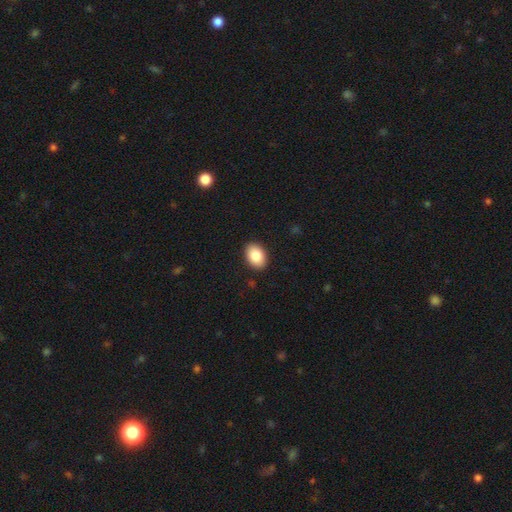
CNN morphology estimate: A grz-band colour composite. It shows a smooth galaxy with no disk features (85%) that is in between round and cigar-shaped (83%). Merging: none (90%).